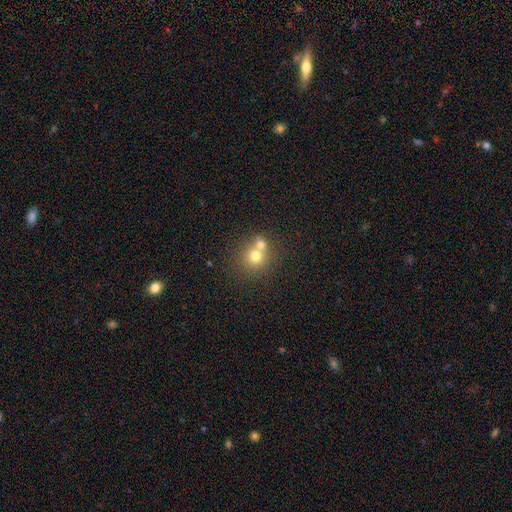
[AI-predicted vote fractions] smooth_or_featured: smooth (p=0.71) [alt: featured or disk p=0.16]
how_rounded: round (p=0.85) [alt: in between p=0.14]
merging: merger (p=0.48) [alt: none p=0.43]